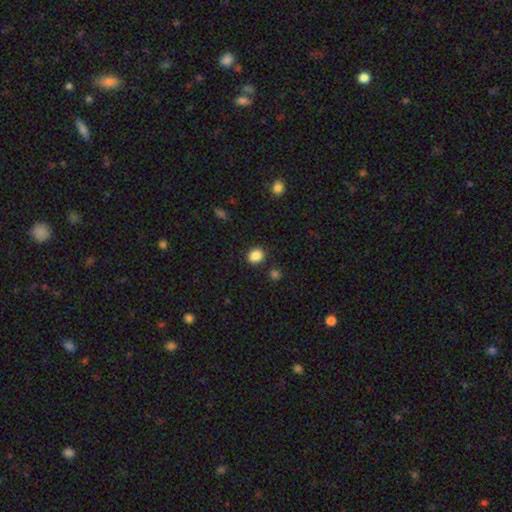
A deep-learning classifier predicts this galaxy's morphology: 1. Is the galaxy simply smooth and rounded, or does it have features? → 87% smooth, 10% star or artifact, 3% featured or disk.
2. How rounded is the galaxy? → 68% round, 31% in between, 1% cigar-shaped.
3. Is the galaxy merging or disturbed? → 88% none, 7% minor disturbance, 2% merger, 2% major disturbance.